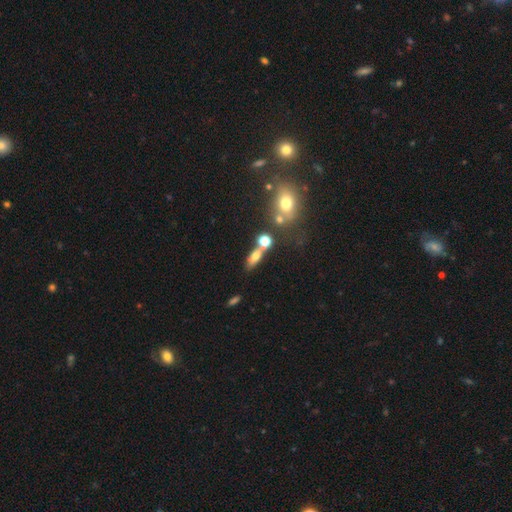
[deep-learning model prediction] This is likely a smooth galaxy (62%). How rounded: possibly in between (53%). Merging: marginally none (43%).